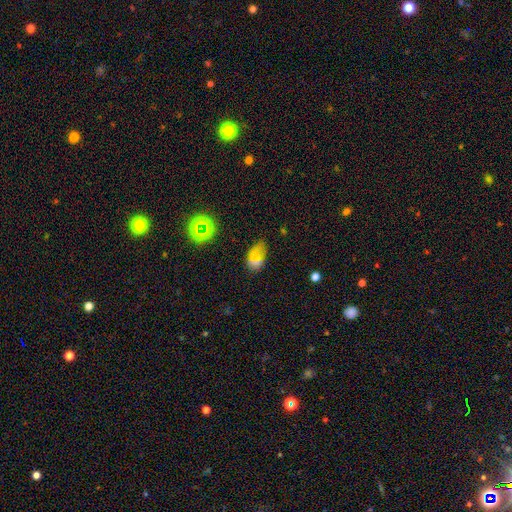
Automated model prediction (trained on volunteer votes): This is possibly a smooth galaxy (58%). How rounded: clearly in between (88%). Merging: possibly none (56%).